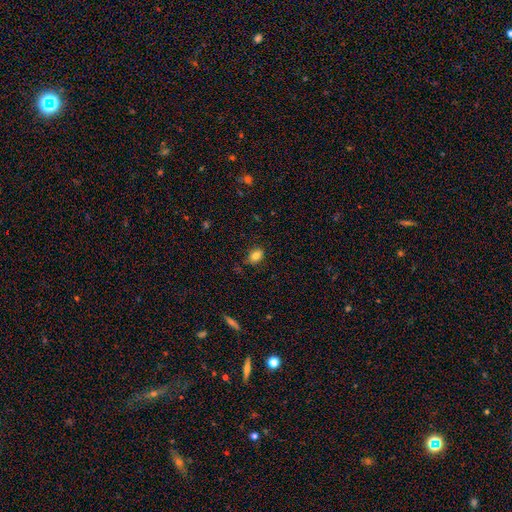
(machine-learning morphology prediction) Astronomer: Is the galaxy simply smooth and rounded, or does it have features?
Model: smooth — 82%.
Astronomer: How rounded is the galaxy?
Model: in between — 71%.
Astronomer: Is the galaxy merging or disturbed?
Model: none — 79%.